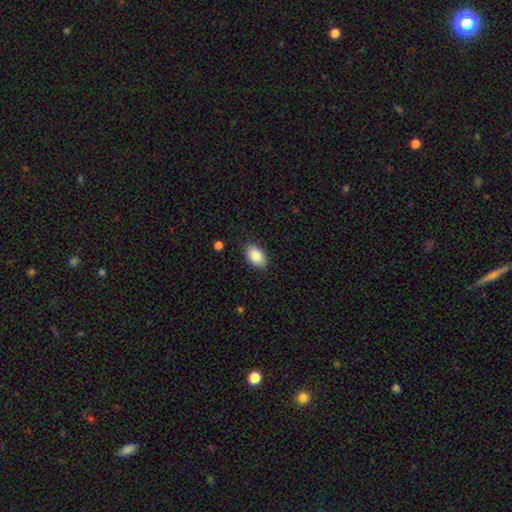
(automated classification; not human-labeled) Morphology: type=smooth (86%); roundness=in between (90%); merging=none (86%).